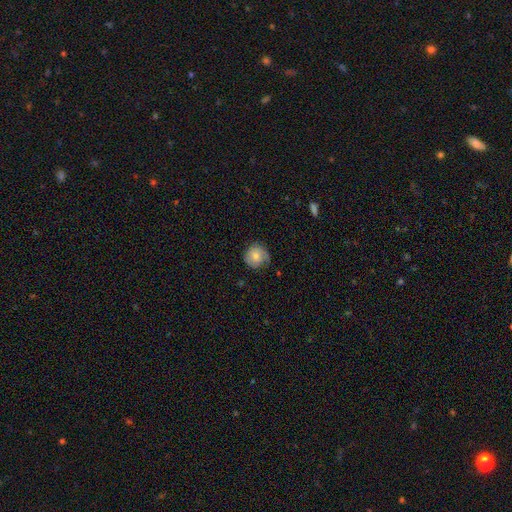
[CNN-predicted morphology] smooth_or_featured: smooth (p=0.64) [alt: featured or disk p=0.28]
how_rounded: round (p=0.90) [alt: in between p=0.09]
merging: none (p=0.67) [alt: minor disturbance p=0.24]